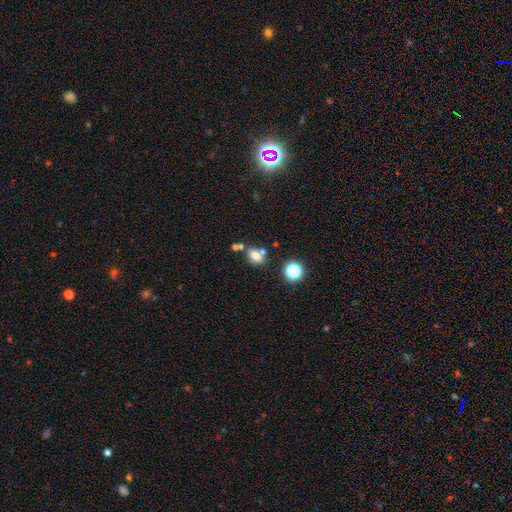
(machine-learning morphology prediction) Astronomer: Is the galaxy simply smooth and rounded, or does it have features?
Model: smooth — 72%.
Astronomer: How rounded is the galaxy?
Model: in between — 74%.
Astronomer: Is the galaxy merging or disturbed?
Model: none — 57%.